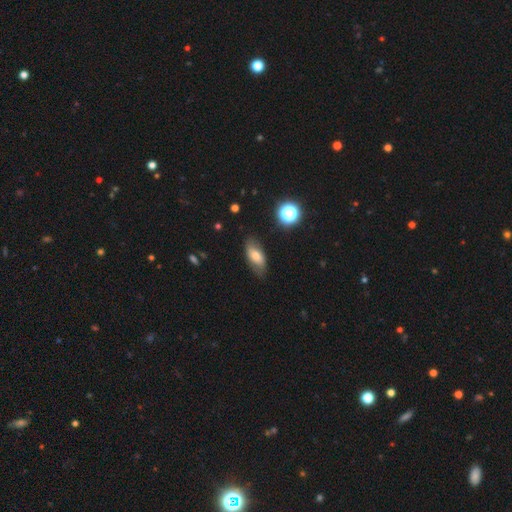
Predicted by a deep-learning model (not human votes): smooth-or-featured: smooth: 66% | featured or disk: 25% | star or artifact: 9%
  how-rounded: in between: 86% | cigar-shaped: 9% | round: 5%
  merging: none: 75% | minor disturbance: 19% | major disturbance: 5% | merger: 2%